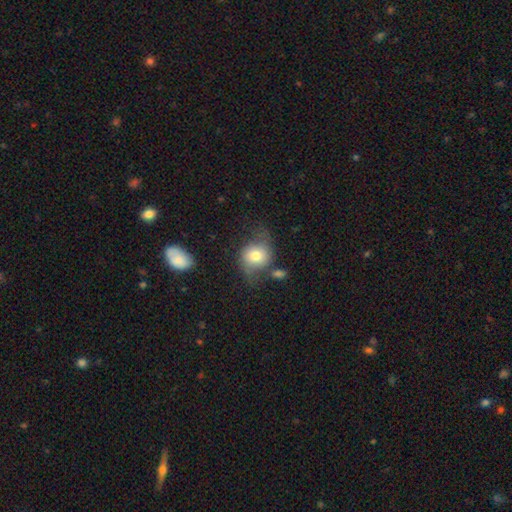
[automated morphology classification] The model was most divided on "merging": none: 46%, minor disturbance: 27%, major disturbance: 18%, merger: 9%. More confident: how rounded — round (71%); smooth or featured — smooth (59%).